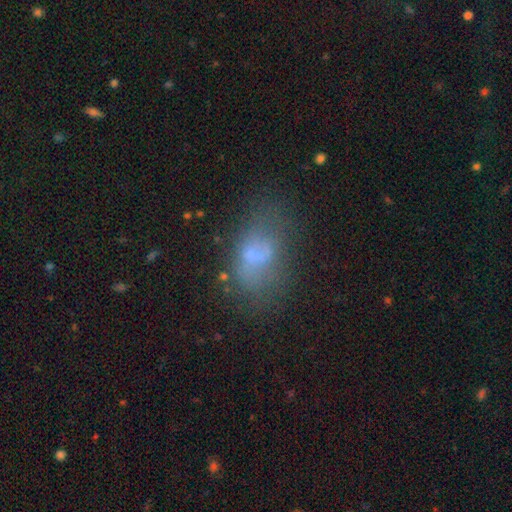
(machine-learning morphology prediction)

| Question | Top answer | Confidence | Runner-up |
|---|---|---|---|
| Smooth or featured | smooth | 54% | featured or disk (32%) |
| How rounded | in between | 84% | round (12%) |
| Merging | none | 41% | minor disturbance (25%) |